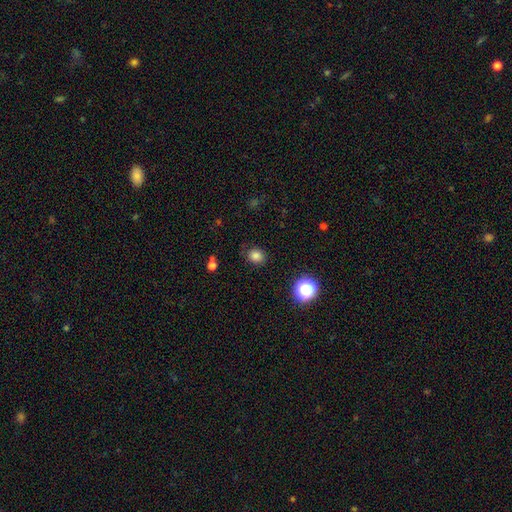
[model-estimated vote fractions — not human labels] Q: Smooth or featured?
A: smooth (81%); runner-up: star or artifact (14%)
Q: How rounded?
A: round (71%); runner-up: in between (28%)
Q: Merging?
A: none (84%); runner-up: minor disturbance (11%)